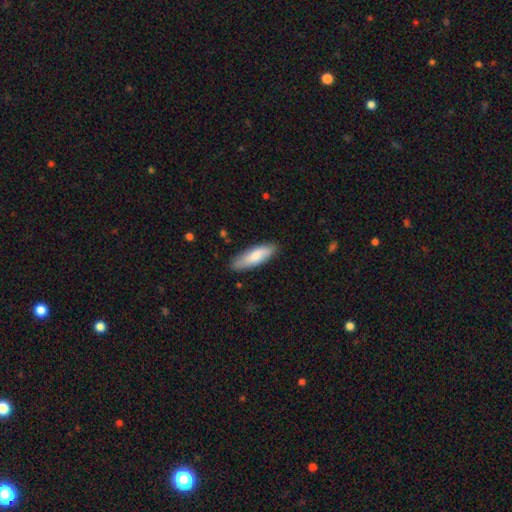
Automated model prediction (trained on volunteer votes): This is clearly a smooth galaxy (80%). How rounded: possibly in between (52%). Merging: clearly none (85%).